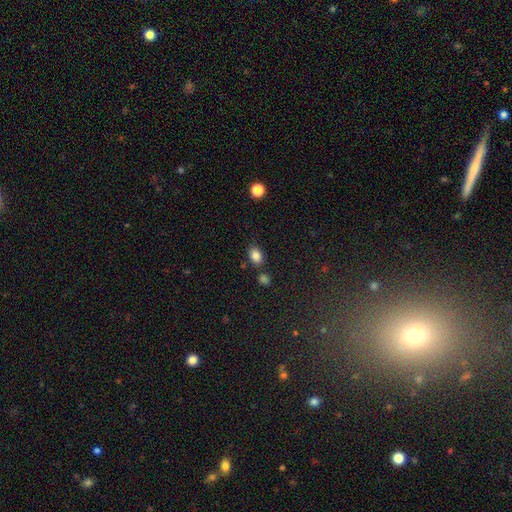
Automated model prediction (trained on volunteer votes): Overall: smooth (84%). How rounded: in between (78%). Merging: none (76%).